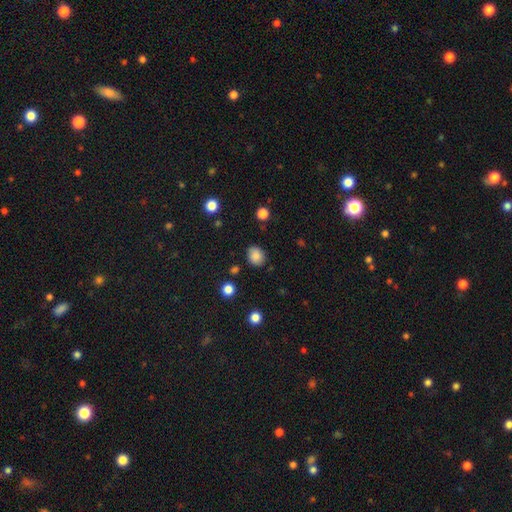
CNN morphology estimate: smooth 85%, star or artifact 10%, featured or disk 5%. Down the decision tree: how rounded — round (63%); merging — none (83%).